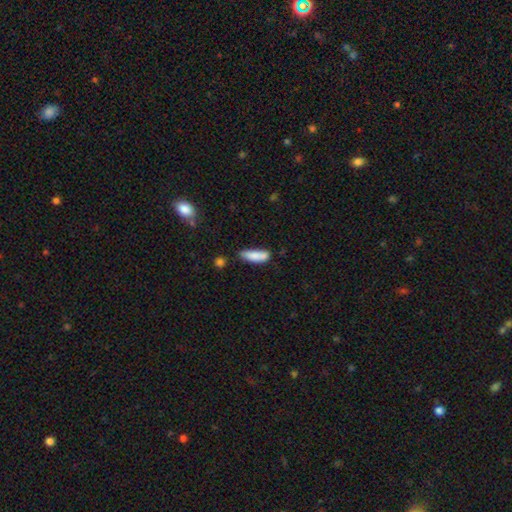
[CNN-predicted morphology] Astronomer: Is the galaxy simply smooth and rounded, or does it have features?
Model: smooth — 82%.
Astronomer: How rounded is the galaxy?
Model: cigar-shaped — 50% (runner-up: in between, 48%).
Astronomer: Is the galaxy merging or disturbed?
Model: none — 56%.